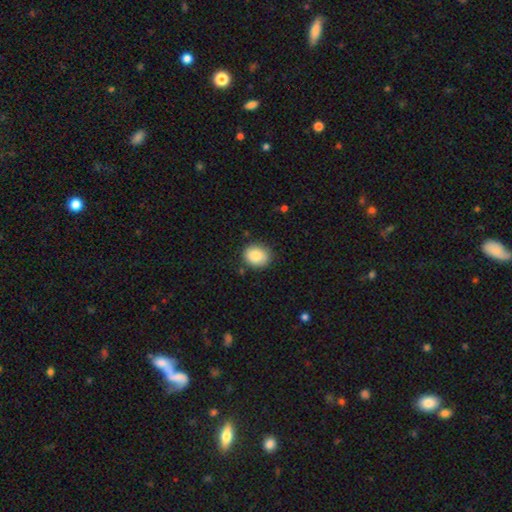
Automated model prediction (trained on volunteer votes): Smooth or featured? Predicted: smooth (p=0.86). How rounded? Predicted: round (p=0.62). Merging? Predicted: none (p=0.84).